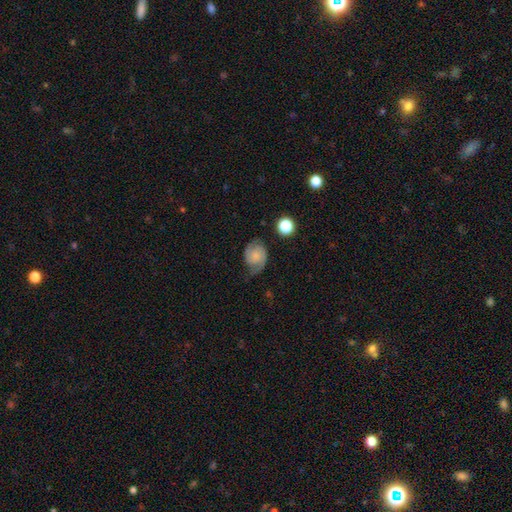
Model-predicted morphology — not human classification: Smooth or featured: featured or disk — 66% (smooth — 25%)
Edge-on disk: no — 98% (yes — 2%)
Bar: no — 72% (weak — 24%)
Spiral arms: yes — 94% (no — 6%)
Spiral winding: medium — 46% (tight — 31%)
Spiral arm count: 2 — 89% (can't tell — 5%)
Bulge size: small — 47% (none — 26%)
Merging: none — 65% (minor disturbance — 23%)